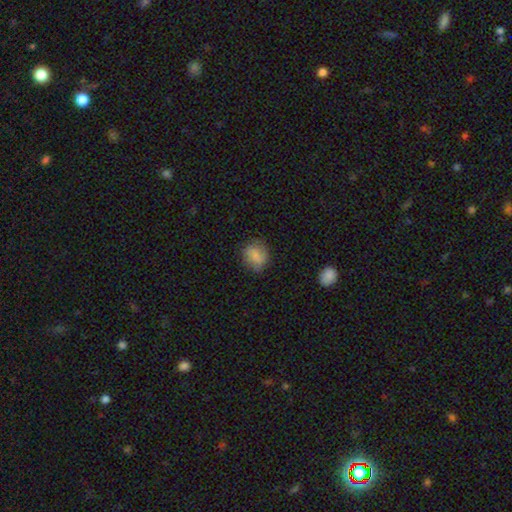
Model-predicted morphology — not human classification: Overall: smooth (78%). How rounded: round (62%; in between 37%). Merging: none (70%).